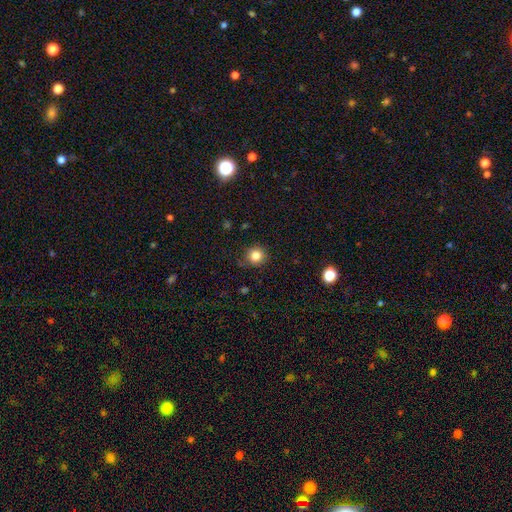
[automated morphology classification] A smooth galaxy with no disk features (83%) that is round (90%).

Vote fractions:
- Smooth or featured? smooth: 83% / star or artifact: 12% / featured or disk: 5%
- How rounded? round: 90% / in between: 9% / cigar-shaped: 1%
- Merging? none: 83% / minor disturbance: 13% / major disturbance: 3% / merger: 1%